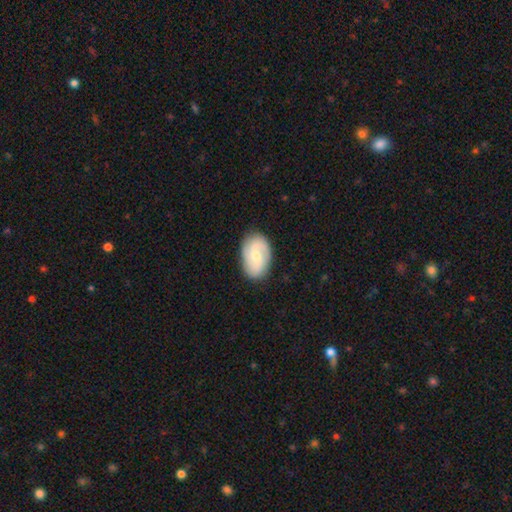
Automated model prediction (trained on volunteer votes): smooth_or_featured: featured or disk (p=0.64) [alt: smooth p=0.30]
disk_edge_on: no (p=0.97) [alt: yes p=0.03]
bar: weak (p=0.48) [alt: no p=0.42]
has_spiral_arms: yes (p=0.92) [alt: no p=0.08]
spiral_winding: medium (p=0.44) [alt: loose p=0.31]
spiral_arm_count: 2 (p=0.74) [alt: can't tell p=0.11]
bulge_size: small (p=0.54) [alt: moderate p=0.39]
merging: none (p=0.81) [alt: minor disturbance p=0.14]